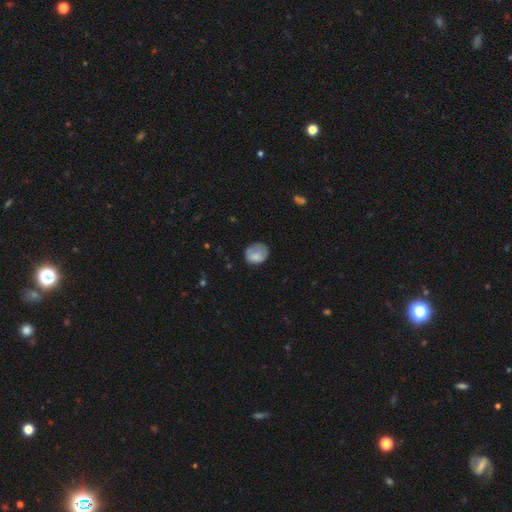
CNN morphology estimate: Smooth or featured? Predicted: smooth (p=0.74). How rounded? Predicted: round (p=0.68). Merging? Predicted: none (p=0.53).